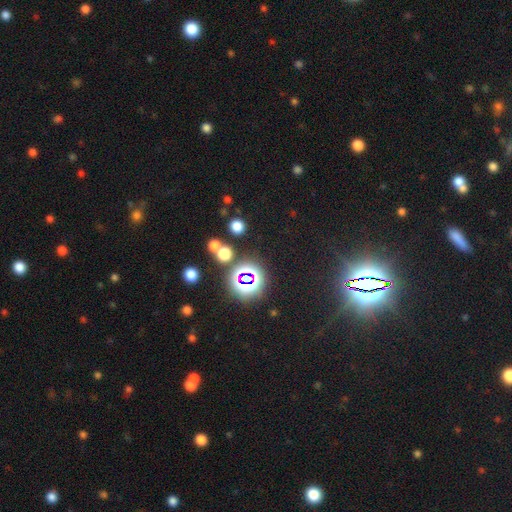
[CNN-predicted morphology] This appears to be a star or artifact, not a galaxy (84%).